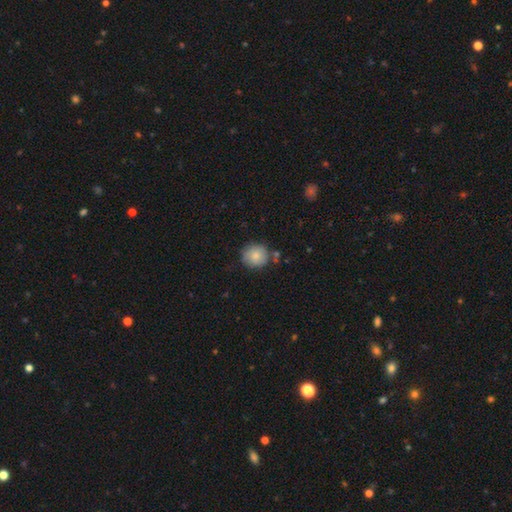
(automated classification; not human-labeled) This is clearly a smooth galaxy (84%). How rounded: clearly round (91%). Merging: likely none (77%).